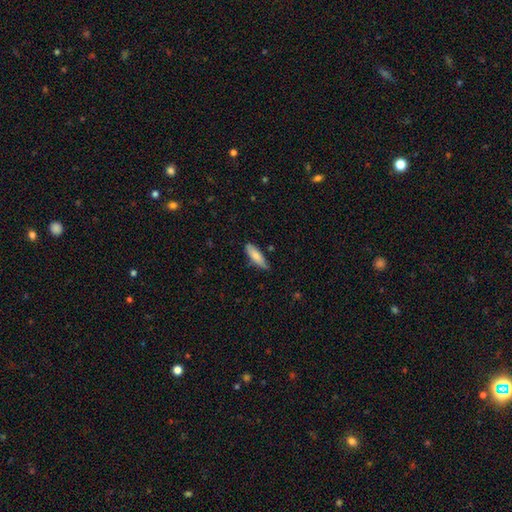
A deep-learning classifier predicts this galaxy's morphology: This is likely a smooth galaxy (78%). How rounded: possibly in between (51%). Merging: likely none (69%).